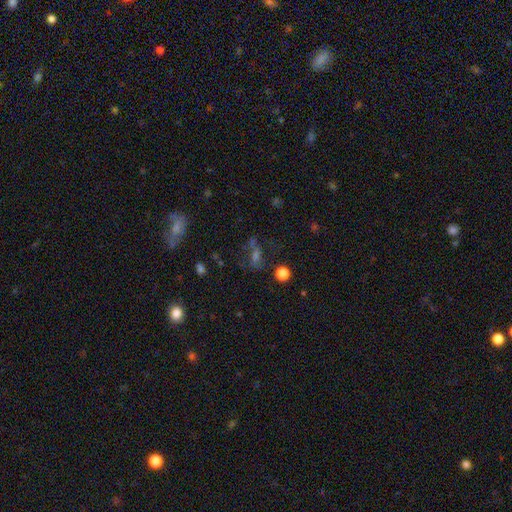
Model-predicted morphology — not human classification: smooth-or-featured: star or artifact: 37% (tied) | smooth: 37% (tied) | featured or disk: 25%